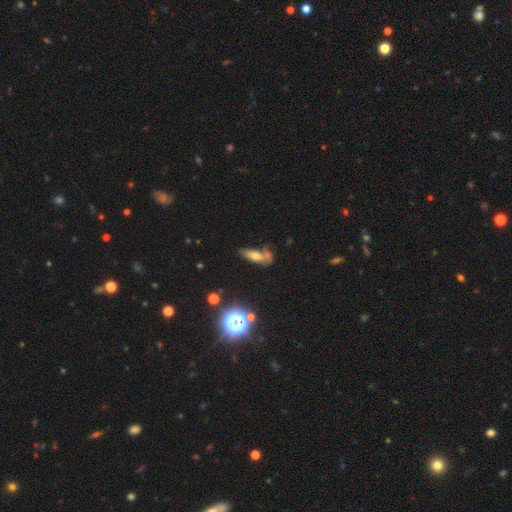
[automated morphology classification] Overall: smooth (57%; featured or disk 25%). How rounded: in between (57%; cigar-shaped 37%). Merging: none (45%; merger 22%).